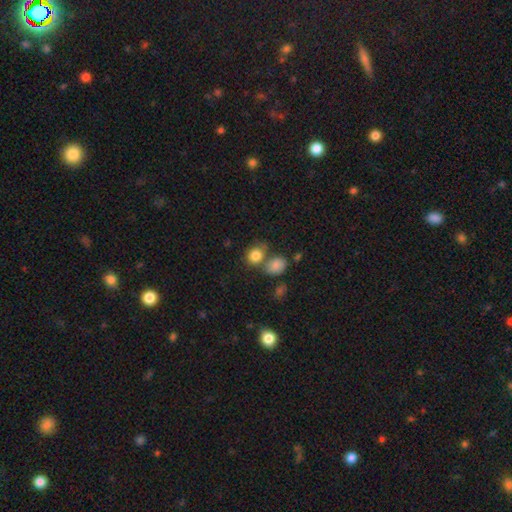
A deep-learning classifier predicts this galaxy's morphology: This appears to be a smooth galaxy with no disk features (83%) that is round (66%). Merging: none (50%).